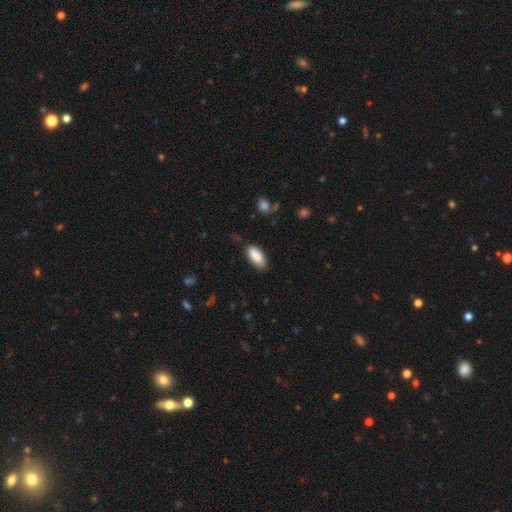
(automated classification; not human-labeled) A smooth galaxy with no disk features (88%) that is in between round and cigar-shaped (88%).

Vote fractions:
- Smooth or featured? smooth: 88% / star or artifact: 7% / featured or disk: 5%
- How rounded? in between: 88% / cigar-shaped: 10% / round: 2%
- Merging? none: 78% / minor disturbance: 18% / major disturbance: 3% / merger: 1%